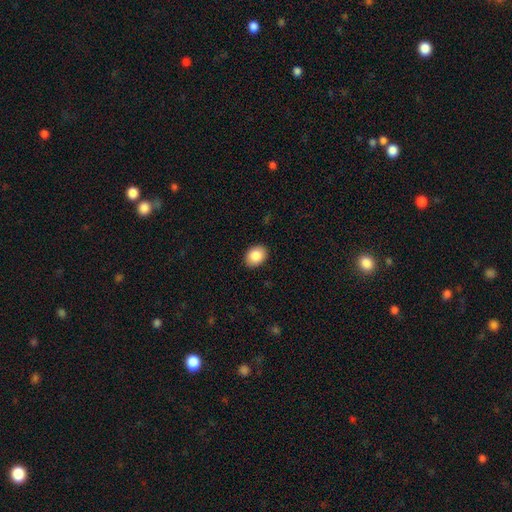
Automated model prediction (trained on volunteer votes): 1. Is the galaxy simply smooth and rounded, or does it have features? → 87% smooth, 7% star or artifact, 6% featured or disk.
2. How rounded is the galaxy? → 69% in between, 30% round, 1% cigar-shaped.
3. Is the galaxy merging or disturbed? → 90% none, 7% minor disturbance, 2% major disturbance, 1% merger.